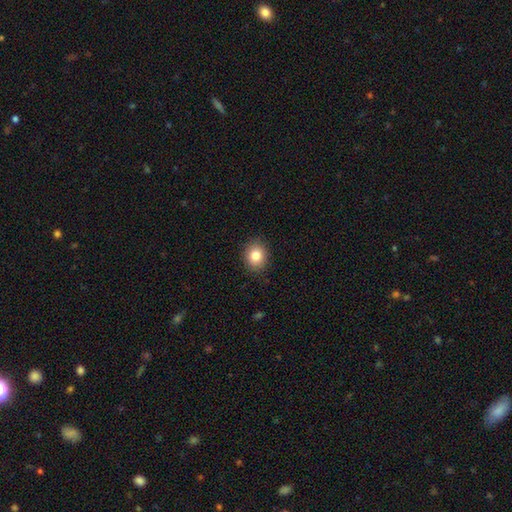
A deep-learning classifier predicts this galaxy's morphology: Smooth or featured: smooth — 83% (star or artifact — 10%)
How rounded: round — 65% (in between — 34%)
Merging: none — 89% (minor disturbance — 8%)